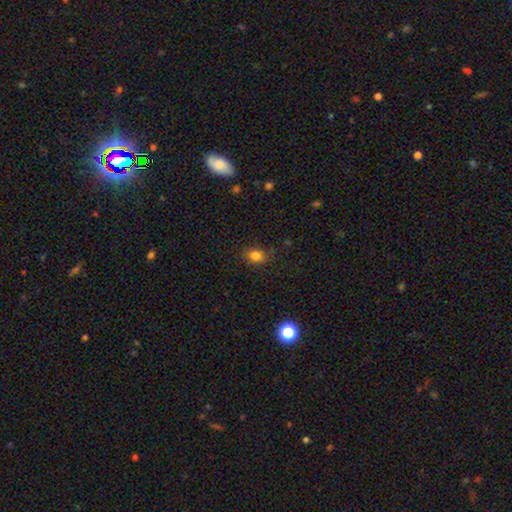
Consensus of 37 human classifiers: Morphology: type=smooth (89%); roundness=in between (52%); merging=none (86%).